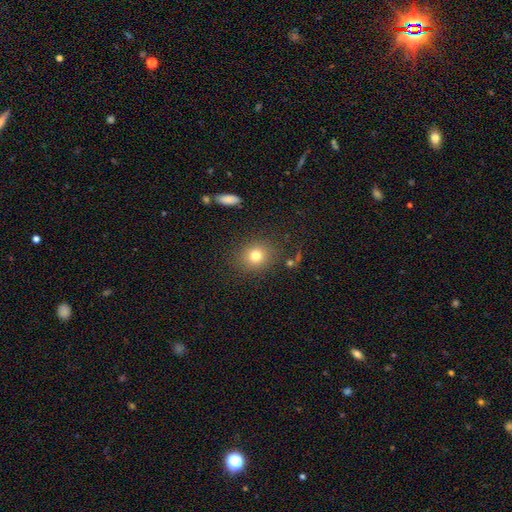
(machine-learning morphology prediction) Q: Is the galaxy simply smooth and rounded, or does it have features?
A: smooth — 78%.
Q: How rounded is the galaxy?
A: round — 74%.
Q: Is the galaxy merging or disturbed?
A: none — 85%.